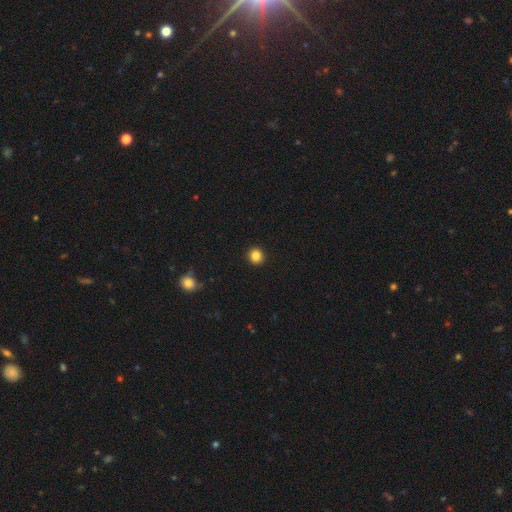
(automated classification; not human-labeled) This is clearly a smooth galaxy (85%). How rounded: clearly round (92%). Merging: clearly none (93%).